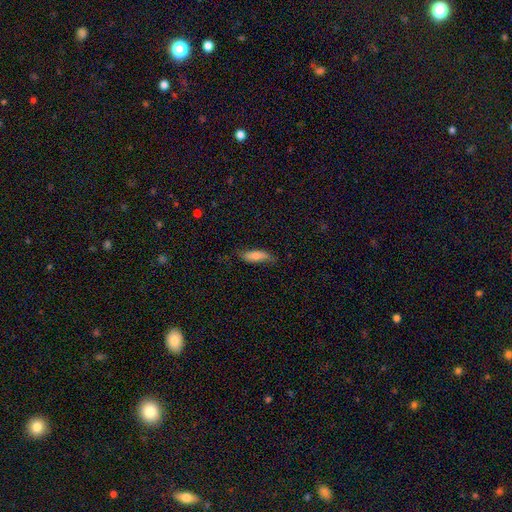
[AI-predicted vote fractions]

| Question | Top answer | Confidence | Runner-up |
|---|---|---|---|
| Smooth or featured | smooth | 72% | featured or disk (21%) |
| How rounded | in between | 53% | cigar-shaped (45%) |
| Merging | none | 66% | minor disturbance (26%) |